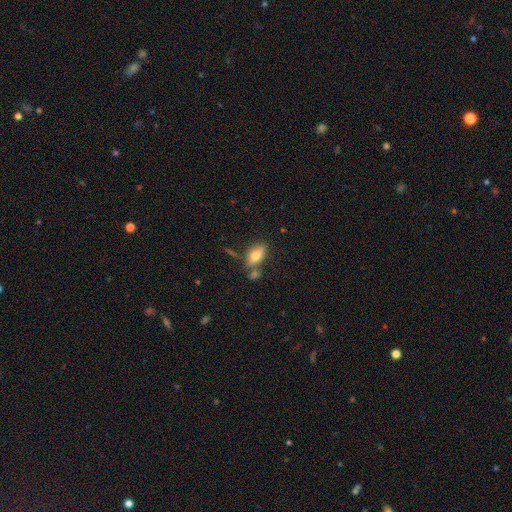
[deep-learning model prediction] Overall: smooth (68%). How rounded: in between (81%). Merging: none (61%).